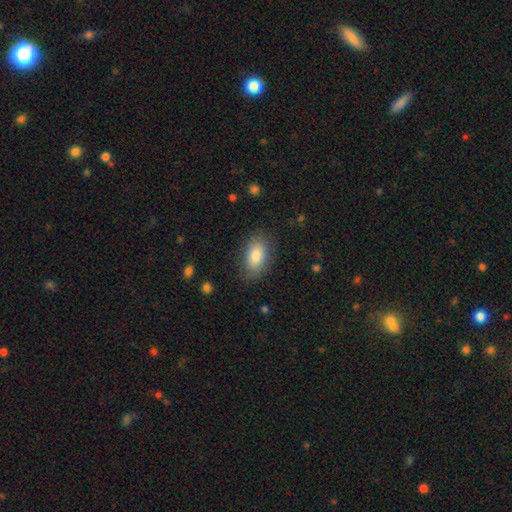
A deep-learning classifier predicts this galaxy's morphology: Smooth or featured? Predicted: smooth (p=0.81). How rounded? Predicted: in between (p=0.91). Merging? Predicted: none (p=0.82).